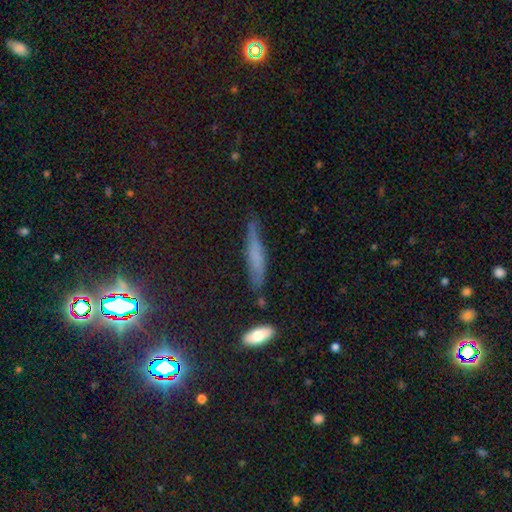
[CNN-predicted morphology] smooth 49%, featured or disk 34%, star or artifact 17%. Down the decision tree: merging — none (66%).